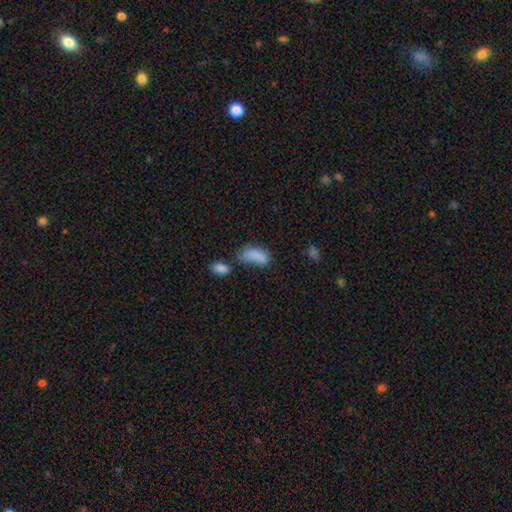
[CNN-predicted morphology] Overall: smooth (81%). How rounded: in between (86%). Merging: none (31%; minor disturbance 26%).